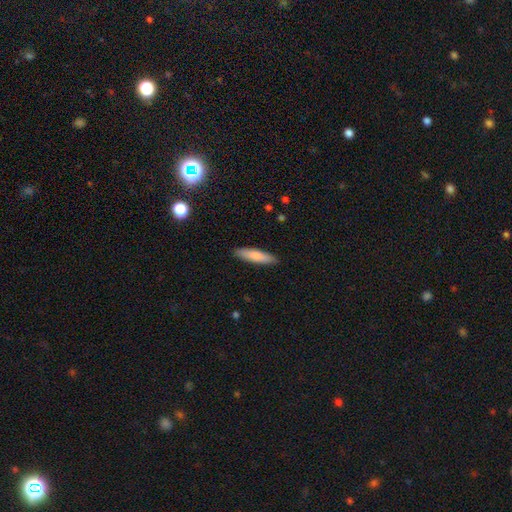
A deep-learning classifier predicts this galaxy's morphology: Smooth or featured? smooth (79%)
How rounded? cigar-shaped (77%)
Merging? none (89%)